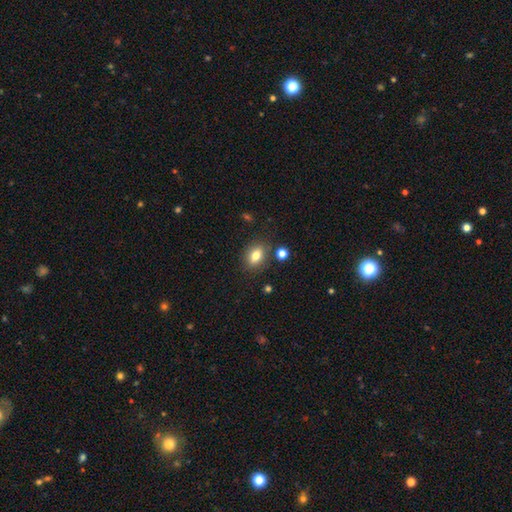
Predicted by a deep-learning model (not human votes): Smooth or featured? smooth (79%)
How rounded? in between (72%)
Merging? none (80%)